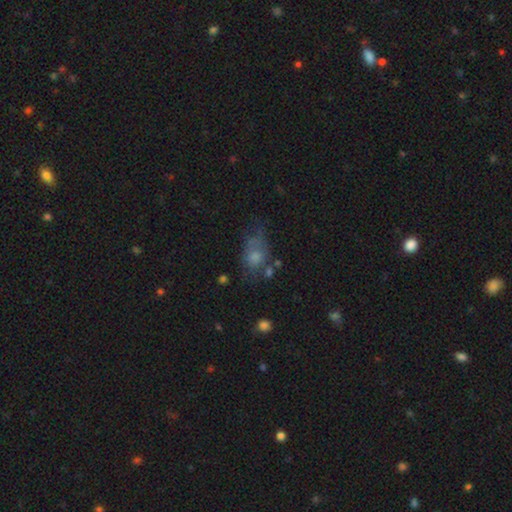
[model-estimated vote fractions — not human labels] A smooth galaxy with no disk features (52%) that is in between round and cigar-shaped (68%).

Vote fractions:
- Smooth or featured? smooth: 52% / featured or disk: 28% / star or artifact: 20%
- How rounded? in between: 68% / round: 29% / cigar-shaped: 3%
- Merging? none: 46% / minor disturbance: 26% / major disturbance: 20% / merger: 7%